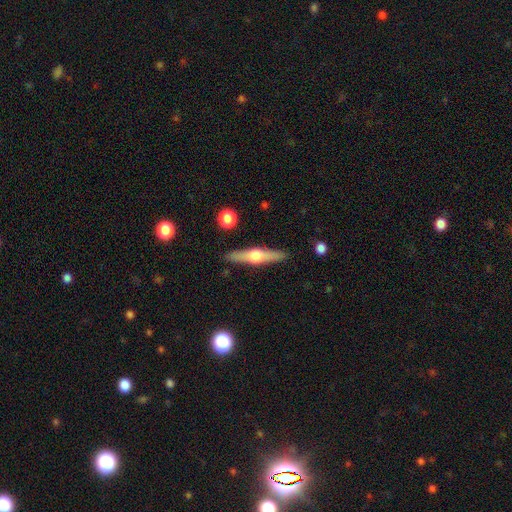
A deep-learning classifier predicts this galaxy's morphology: A featured or disk galaxy (65%) viewed edge-on (96%) with a rounded central bulge (94%). Merging: none (89%).